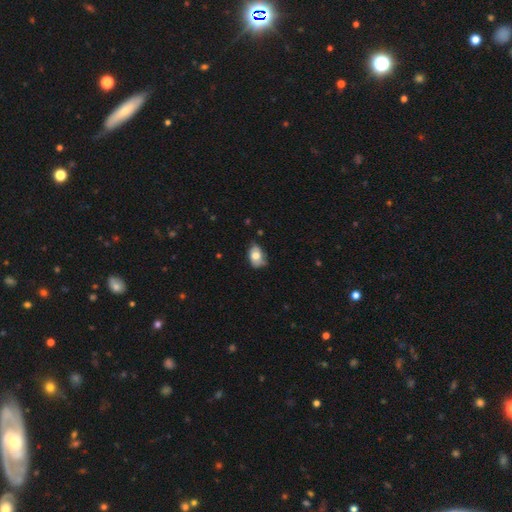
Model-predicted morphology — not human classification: smooth 67%, featured or disk 25%, star or artifact 8%. Down the decision tree: how rounded — in between (84%); merging — none (51%).